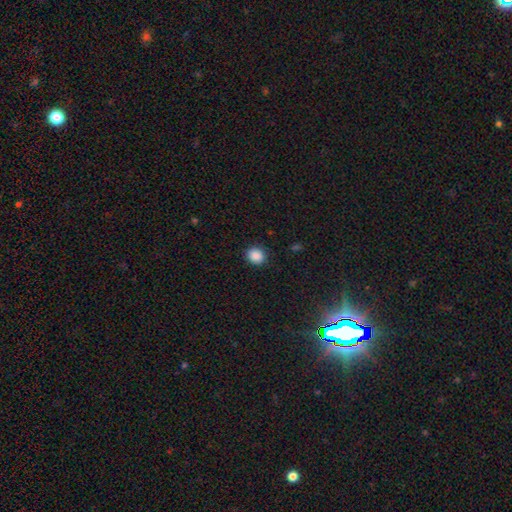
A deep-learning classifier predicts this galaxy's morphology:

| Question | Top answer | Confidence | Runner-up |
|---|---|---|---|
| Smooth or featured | smooth | 88% | star or artifact (9%) |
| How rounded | round | 76% | in between (23%) |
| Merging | none | 89% | minor disturbance (8%) |